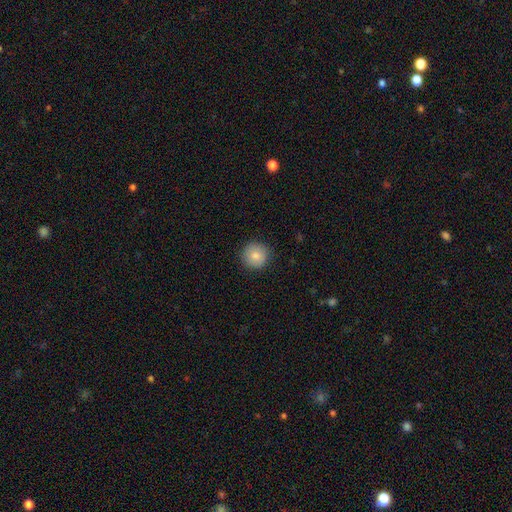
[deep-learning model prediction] smooth_or_featured: smooth (p=0.82) [alt: featured or disk p=0.09]
how_rounded: round (p=0.95) [alt: in between p=0.04]
merging: none (p=0.90) [alt: minor disturbance p=0.07]